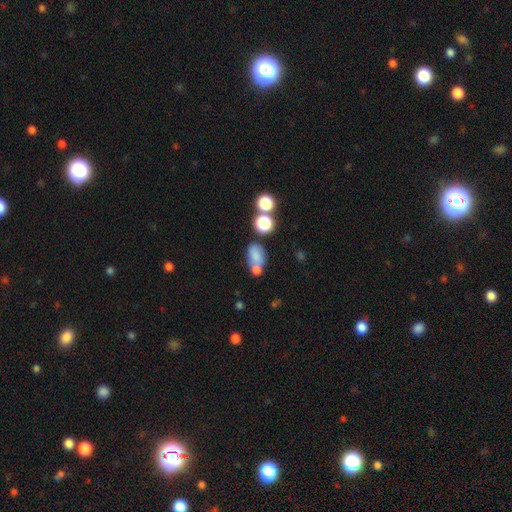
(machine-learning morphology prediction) smooth_or_featured: smooth (p=0.73) [alt: featured or disk p=0.14]
how_rounded: in between (p=0.75) [alt: round p=0.23]
merging: merger (p=0.38) [tied with: none p=0.38]